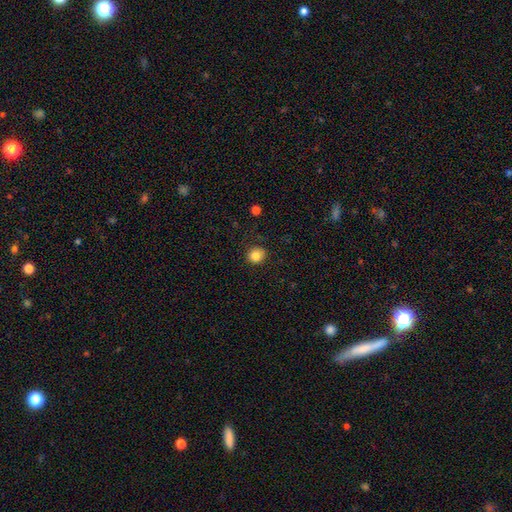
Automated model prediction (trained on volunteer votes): Overall: smooth (84%). How rounded: round (88%). Merging: none (86%).